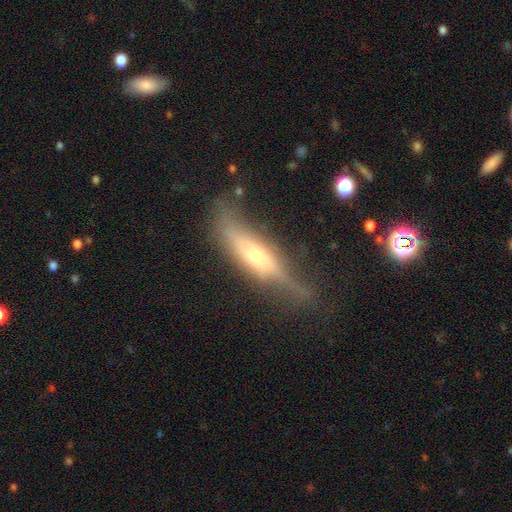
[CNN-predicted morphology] Smooth or featured?
  - featured or disk: 62% *
  - smooth: 30%
  - star or artifact: 7%
Edge-on disk?
  - yes: 84% *
  - no: 16%
Edge-on bulge?
  - rounded: 56% *
  - boxy: 29%
  - none: 15%
Merging?
  - none: 57% *
  - minor disturbance: 26%
  - major disturbance: 14%
  - merger: 3%